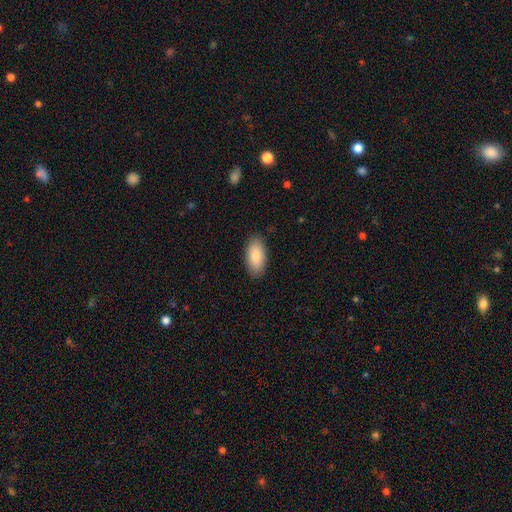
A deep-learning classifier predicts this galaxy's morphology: This appears to be a smooth galaxy with no disk features (87%) that is in between round and cigar-shaped (94%). Merging: none (87%).